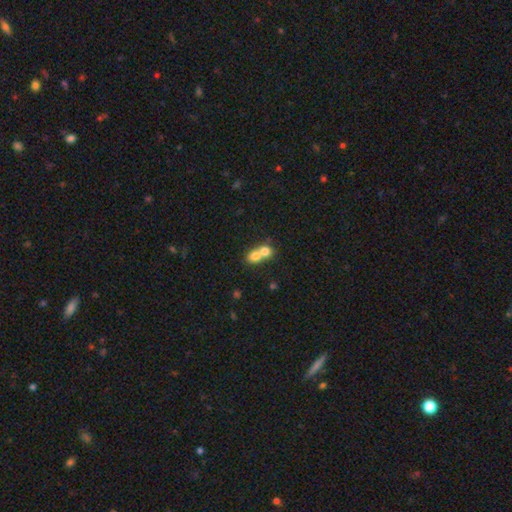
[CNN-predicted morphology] smooth-or-featured: smooth: 75% | featured or disk: 16% | star or artifact: 9%
  how-rounded: round: 65% | in between: 34% | cigar-shaped: 1%
  merging: merger: 73% | none: 21% | minor disturbance: 4% | major disturbance: 2%